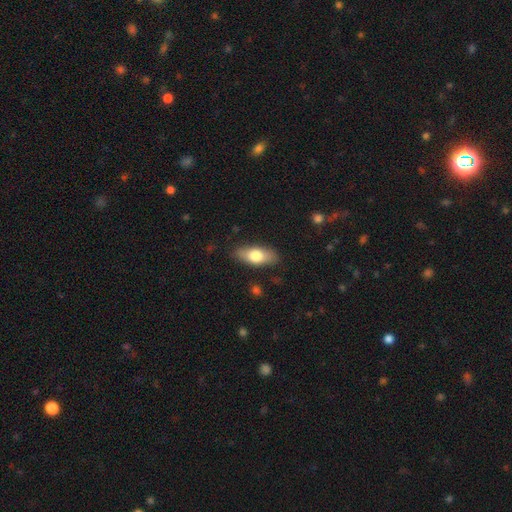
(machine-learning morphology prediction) Smooth or featured: smooth — 71% (featured or disk — 23%)
How rounded: in between — 79% (cigar-shaped — 18%)
Merging: none — 85% (minor disturbance — 11%)